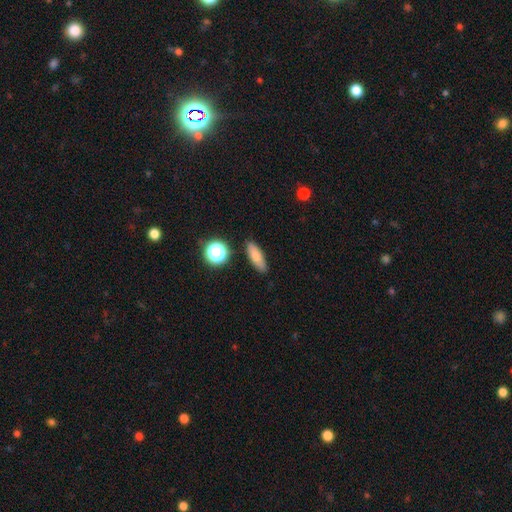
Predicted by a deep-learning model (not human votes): A smooth galaxy with no disk features (77%) that is in between round and cigar-shaped (58%). Merging: none (86%).